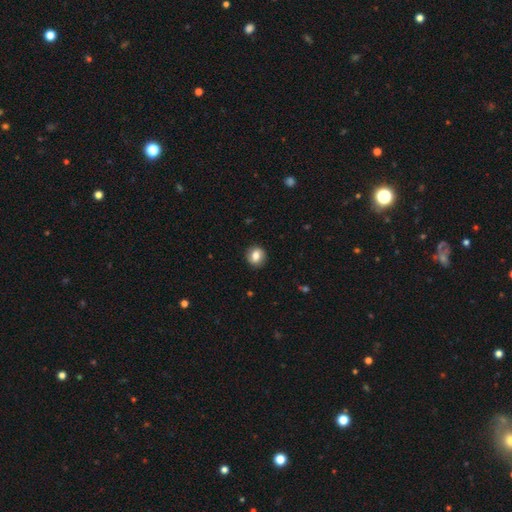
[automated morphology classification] Smooth or featured? smooth (78%)
How rounded? round (80%)
Merging? none (89%)